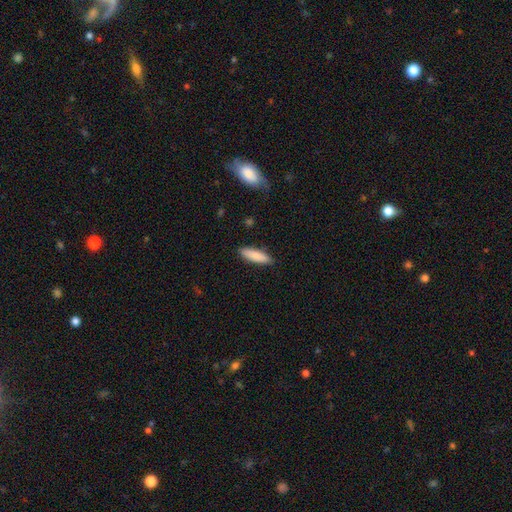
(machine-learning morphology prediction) A smooth galaxy with no disk features (84%) that is cigar-shaped (61%). Merging: none (87%).